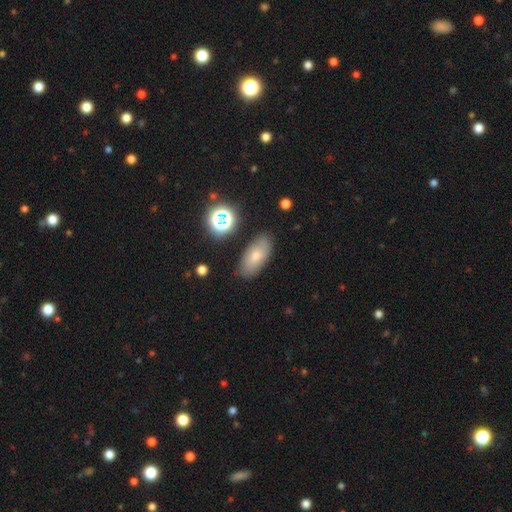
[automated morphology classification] The model was most divided on "smooth or featured": smooth: 70%, featured or disk: 19%, star or artifact: 11%. More confident: how rounded — in between (90%); merging — none (80%).